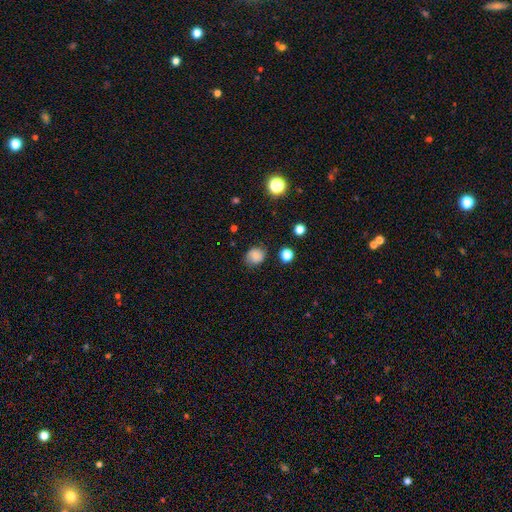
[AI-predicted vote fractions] smooth-or-featured: smooth: 76% | featured or disk: 12% | star or artifact: 12%
  how-rounded: round: 72% | in between: 27% | cigar-shaped: 1%
  merging: none: 77% | minor disturbance: 18% | major disturbance: 4% | merger: 2%